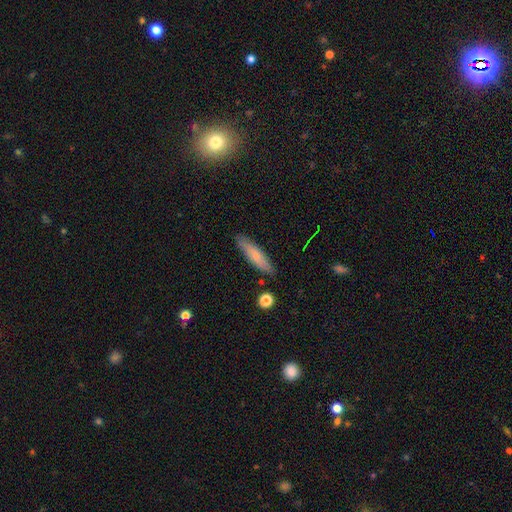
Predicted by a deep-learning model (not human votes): Smooth or featured? smooth (67%)
How rounded? cigar-shaped (75%)
Merging? none (85%)